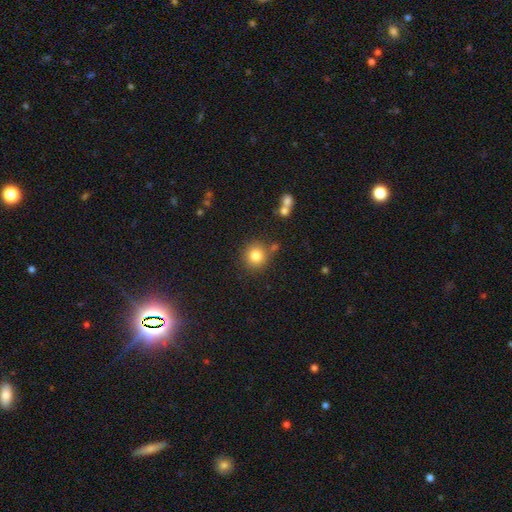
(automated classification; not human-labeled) Smooth or featured? smooth (81%)
How rounded? round (92%)
Merging? none (80%)